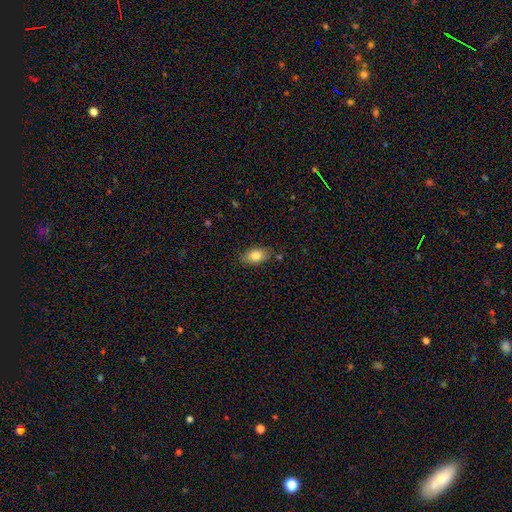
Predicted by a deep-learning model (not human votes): smooth_or_featured: smooth (p=0.82) [alt: featured or disk p=0.11]
how_rounded: in between (p=0.89) [alt: round p=0.08]
merging: none (p=0.81) [alt: minor disturbance p=0.14]